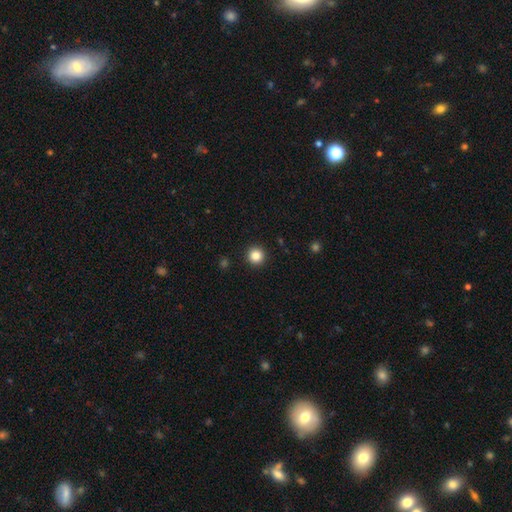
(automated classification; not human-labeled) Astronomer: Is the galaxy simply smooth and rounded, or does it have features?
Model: smooth — 84%.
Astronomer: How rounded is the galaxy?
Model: round — 95%.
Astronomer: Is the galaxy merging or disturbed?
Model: none — 93%.